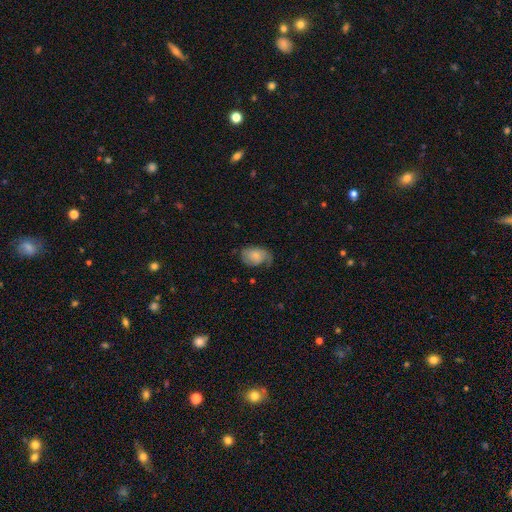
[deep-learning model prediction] The model was most divided on "merging": none: 47%, minor disturbance: 35%, major disturbance: 17%, merger: 2%. More confident: how rounded — in between (85%); smooth or featured — smooth (66%).